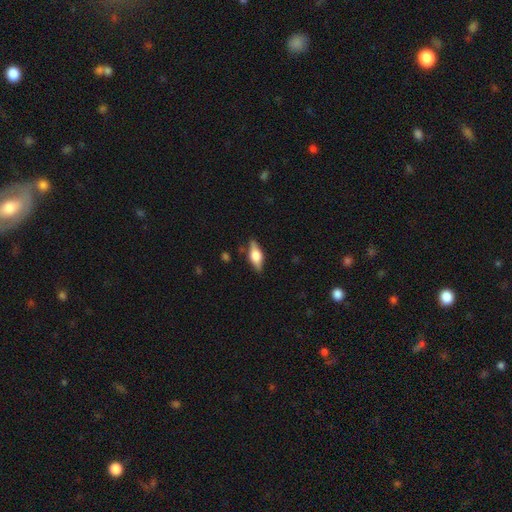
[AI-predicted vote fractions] featured or disk 51%, smooth 42%, star or artifact 7%. Down the decision tree: edge-on disk — yes (92%); merging — none (83%).